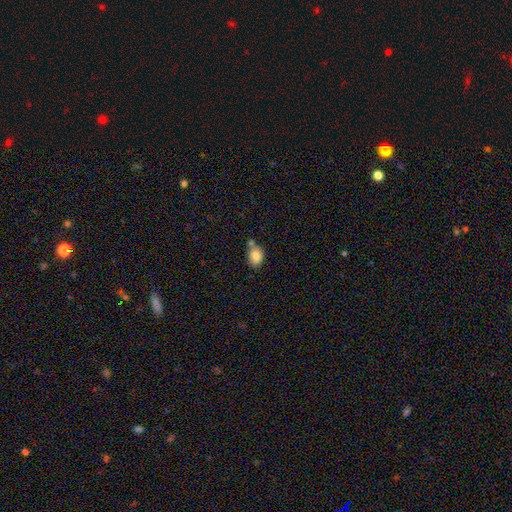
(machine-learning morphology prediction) smooth_or_featured: smooth (p=0.84) [alt: star or artifact p=0.08]
how_rounded: in between (p=0.70) [alt: round p=0.29]
merging: none (p=0.55) [alt: merger p=0.24]